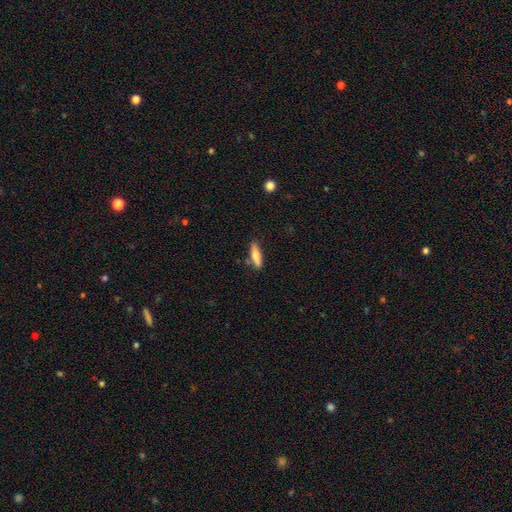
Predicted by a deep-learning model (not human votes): Q: Smooth or featured?
A: smooth (69%); runner-up: featured or disk (25%)
Q: How rounded?
A: cigar-shaped (66%); runner-up: in between (32%)
Q: Merging?
A: none (81%); runner-up: minor disturbance (13%)